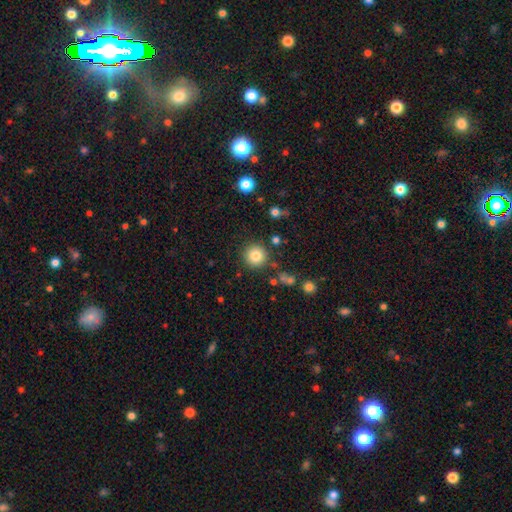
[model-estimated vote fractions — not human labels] Morphology: type=smooth (83%); roundness=round (95%); merging=none (87%).